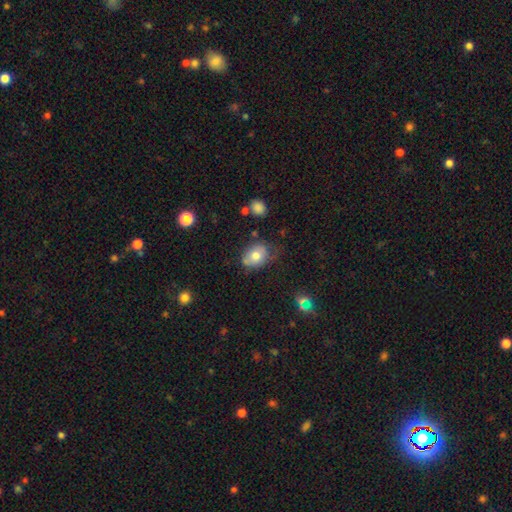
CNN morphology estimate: Overall: smooth (71%). How rounded: in between (69%; round 30%). Merging: none (53%; minor disturbance 32%).